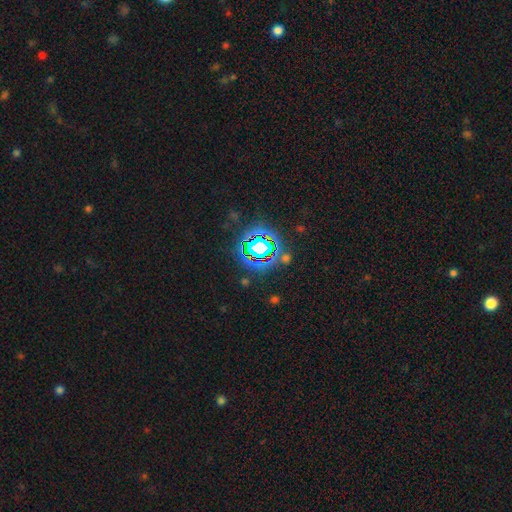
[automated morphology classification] smooth-or-featured: star or artifact: 81% | smooth: 12% | featured or disk: 7%